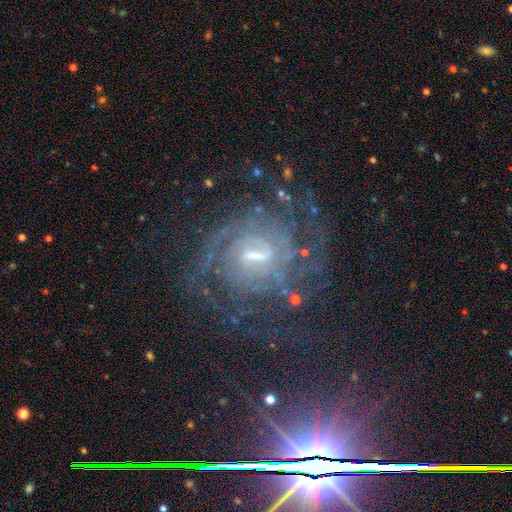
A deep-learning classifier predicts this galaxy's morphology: Q: Smooth or featured?
A: featured or disk (84%); runner-up: star or artifact (10%)
Q: Edge-on disk?
A: no (97%); runner-up: yes (3%)
Q: Bar?
A: weak (55%); runner-up: strong (29%)
Q: Spiral arms?
A: yes (94%); runner-up: no (6%)
Q: Spiral winding?
A: tight (60%); runner-up: medium (30%)
Q: Spiral arm count?
A: can't tell (38%); runner-up: 2 (22%)
Q: Bulge size?
A: small (48%); runner-up: moderate (37%)
Q: Merging?
A: none (69%); runner-up: minor disturbance (15%)